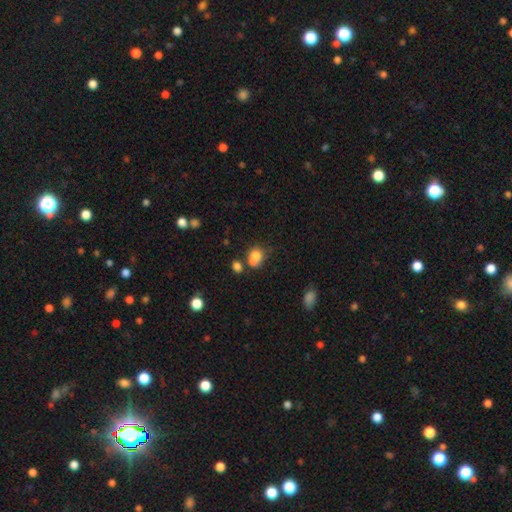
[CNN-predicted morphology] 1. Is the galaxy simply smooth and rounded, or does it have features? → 77% smooth, 12% featured or disk, 11% star or artifact.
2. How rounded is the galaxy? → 57% round, 42% in between, 1% cigar-shaped.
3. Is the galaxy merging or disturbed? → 46% merger, 35% none, 13% minor disturbance, 6% major disturbance.